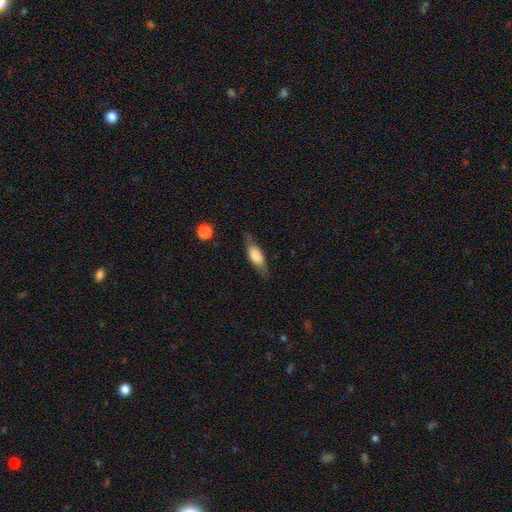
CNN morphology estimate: type=smooth (61%); roundness=in between (62%); merging=none (73%).